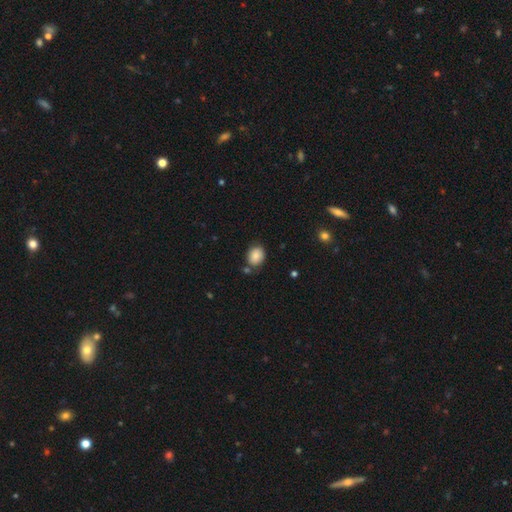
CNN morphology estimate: A smooth galaxy with no disk features (85%) that is round (50%). Merging: none (73%).